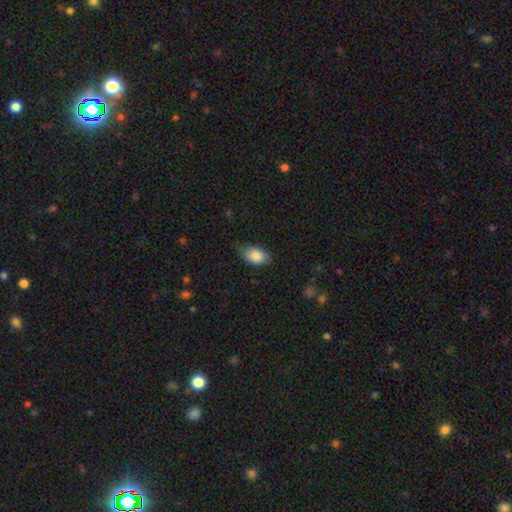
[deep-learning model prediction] Smooth or featured? smooth (87%)
How rounded? in between (90%)
Merging? none (72%)